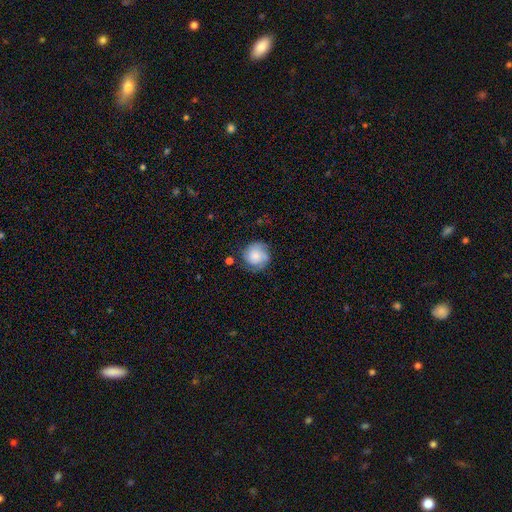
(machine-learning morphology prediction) Smooth or featured: smooth — 53% (featured or disk — 38%)
How rounded: round — 89% (in between — 10%)
Merging: none — 67% (minor disturbance — 22%)